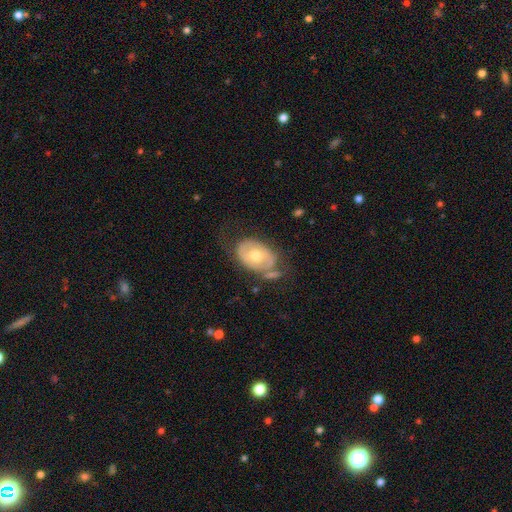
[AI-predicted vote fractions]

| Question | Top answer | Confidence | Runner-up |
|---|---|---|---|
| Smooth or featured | featured or disk | 58% | smooth (36%) |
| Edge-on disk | no | 94% | yes (6%) |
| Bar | no | 77% | weak (18%) |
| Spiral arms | no | 54% | yes (46%) |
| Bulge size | moderate | 73% | small (19%) |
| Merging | none | 46% | minor disturbance (27%) |